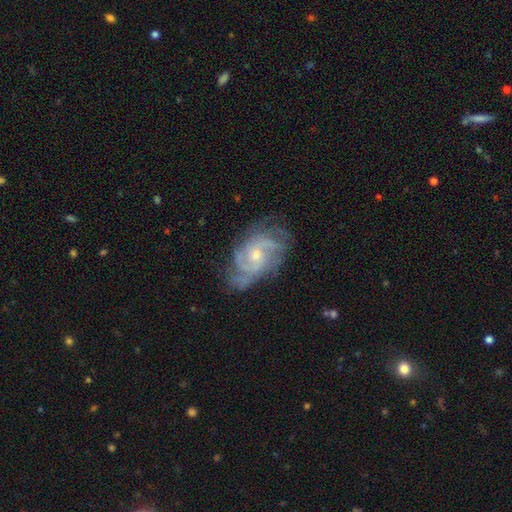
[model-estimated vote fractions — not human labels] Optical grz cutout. It shows a featured or disk galaxy (86%) with no bar (65%), can't tell (26%, tied with 3) tight (50%) spiral arms (96%) and a small central bulge (48%, tied with moderate). Merging: none (68%).